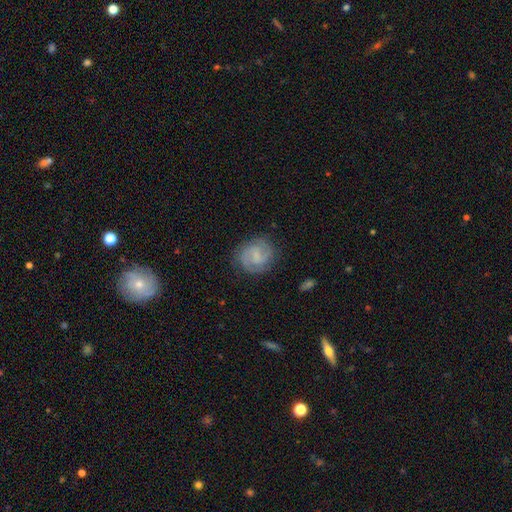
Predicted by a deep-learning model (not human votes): featured or disk 69%, smooth 25%, star or artifact 7%. Down the decision tree: edge-on disk — no (98%); bar — weak (55%); spiral arms — yes (94%); spiral arm count — 2 (79%); spiral winding — medium (47%); bulge size — small (46%); merging — none (81%).